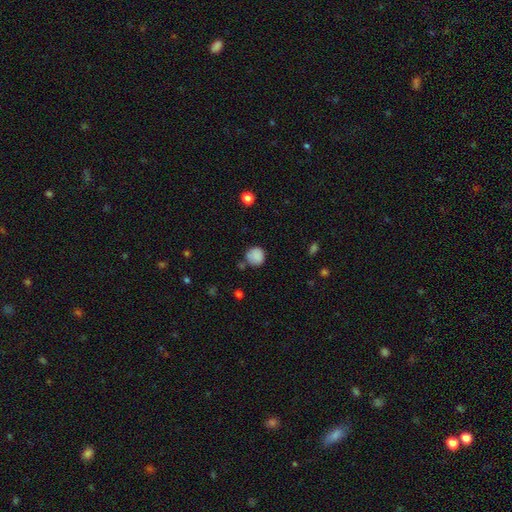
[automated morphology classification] A smooth galaxy with no disk features (85%) that is round (89%).

Vote fractions:
- Smooth or featured? smooth: 85% / star or artifact: 9% / featured or disk: 6%
- How rounded? round: 89% / in between: 10% / cigar-shaped: 1%
- Merging? none: 70% / minor disturbance: 19% / merger: 5% / major disturbance: 5%